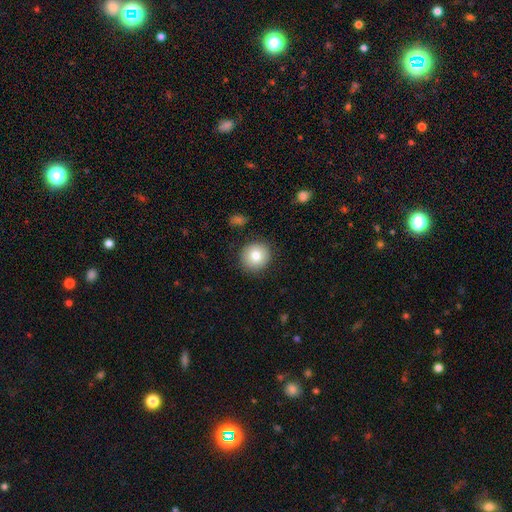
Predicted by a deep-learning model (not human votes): Smooth or featured? smooth (80%)
How rounded? round (92%)
Merging? none (88%)